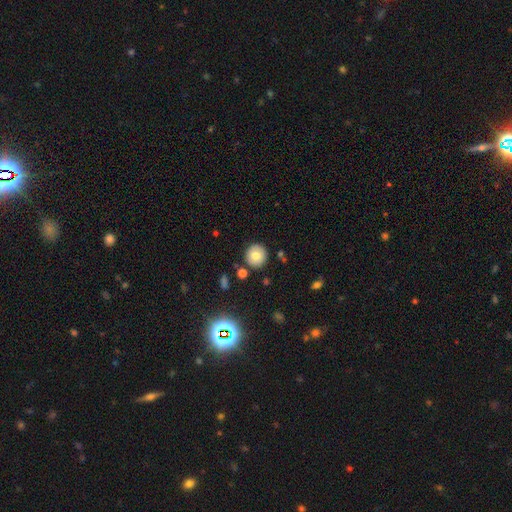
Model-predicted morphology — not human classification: This appears to be a smooth galaxy with no disk features (75%) that is round (93%). Merging: none (88%).